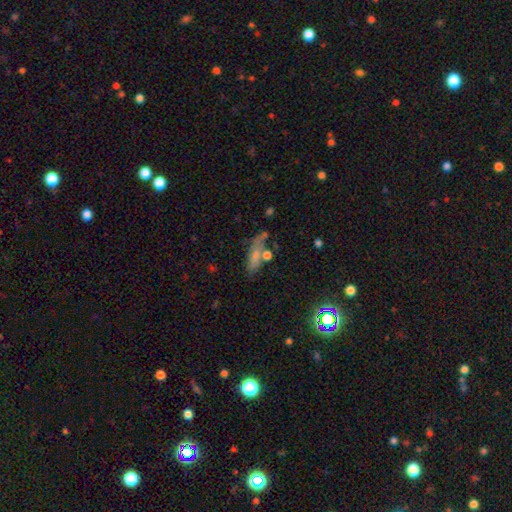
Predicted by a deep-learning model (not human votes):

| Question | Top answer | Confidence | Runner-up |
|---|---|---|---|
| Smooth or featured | smooth | 67% | featured or disk (23%) |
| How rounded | in between | 58% | cigar-shaped (38%) |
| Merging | none | 46% | minor disturbance (22%) |